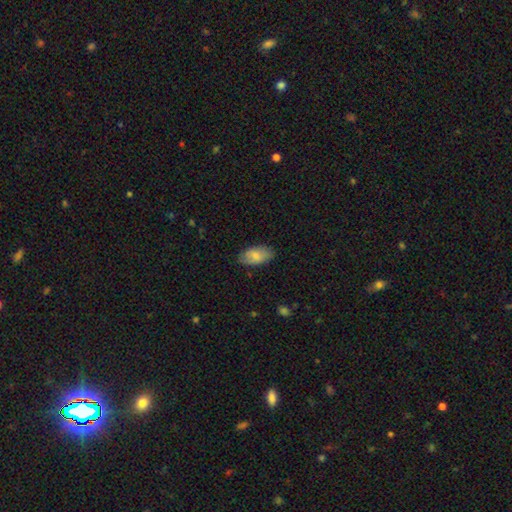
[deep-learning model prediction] Smooth or featured: smooth — 81% (featured or disk — 13%)
How rounded: in between — 94% (round — 3%)
Merging: none — 82% (minor disturbance — 14%)